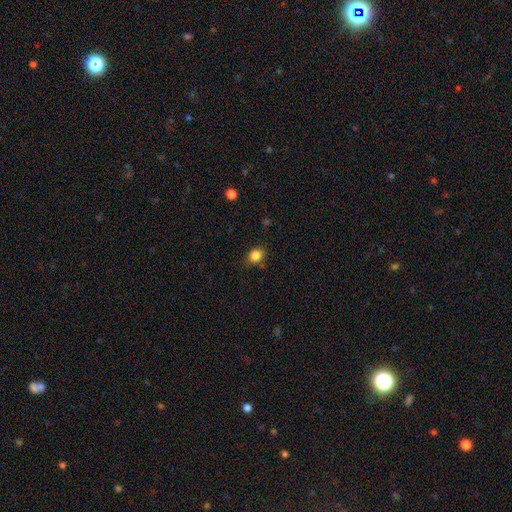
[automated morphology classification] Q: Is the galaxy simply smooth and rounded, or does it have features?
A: smooth — 84%.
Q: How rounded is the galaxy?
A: round — 63%.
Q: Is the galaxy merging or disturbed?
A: none — 76%.